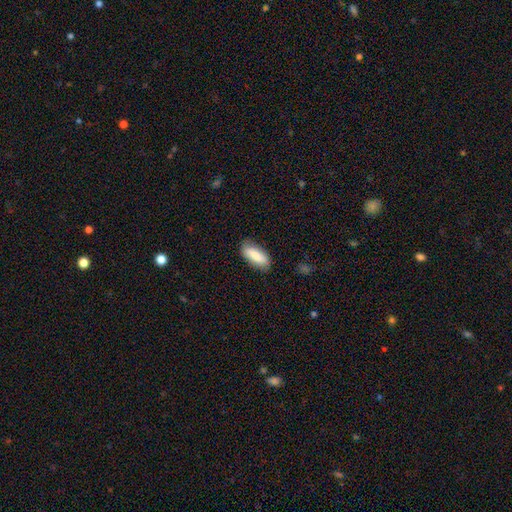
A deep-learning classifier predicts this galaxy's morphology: smooth 83%, featured or disk 11%, star or artifact 6%. Down the decision tree: how rounded — in between (78%); merging — none (82%).